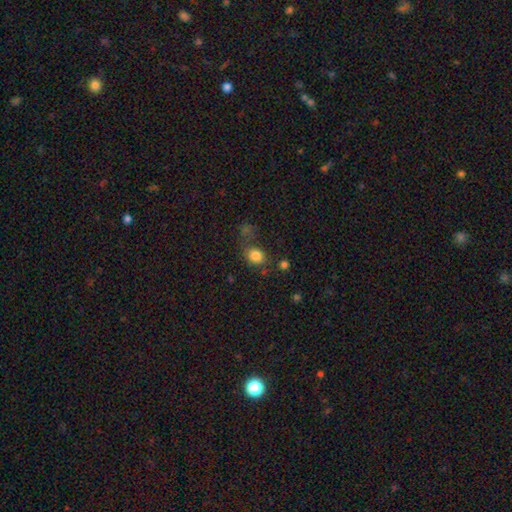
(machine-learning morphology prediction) Q: Smooth or featured?
A: smooth (83%); runner-up: star or artifact (11%)
Q: How rounded?
A: round (66%); runner-up: in between (33%)
Q: Merging?
A: none (61%); runner-up: minor disturbance (17%)